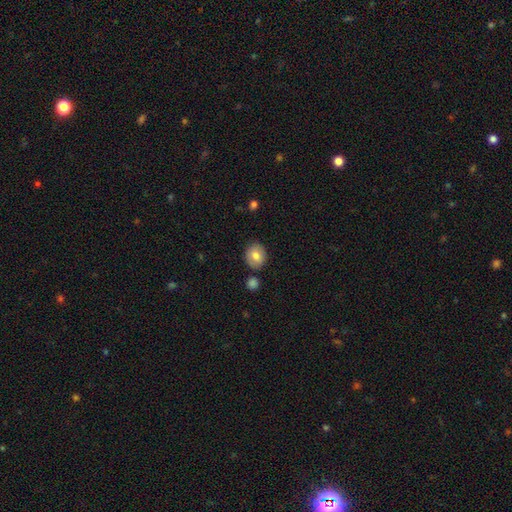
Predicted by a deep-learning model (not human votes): smooth_or_featured: smooth (p=0.78) [alt: featured or disk p=0.14]
how_rounded: round (p=0.65) [alt: in between p=0.34]
merging: none (p=0.81) [alt: minor disturbance p=0.11]